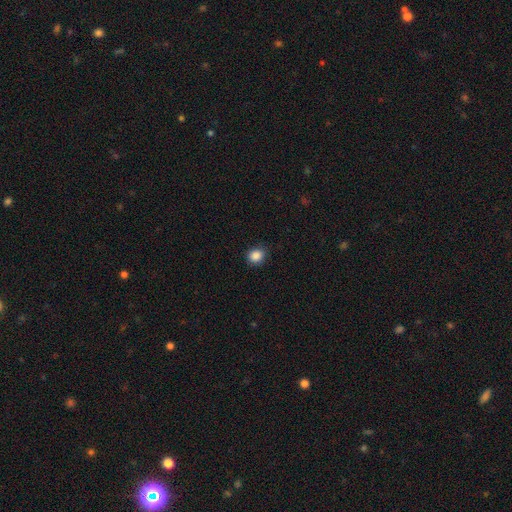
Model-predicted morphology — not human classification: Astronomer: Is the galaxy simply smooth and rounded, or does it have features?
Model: smooth — 87%.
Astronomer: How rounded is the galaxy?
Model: round — 74%.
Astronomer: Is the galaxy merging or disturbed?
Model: none — 86%.